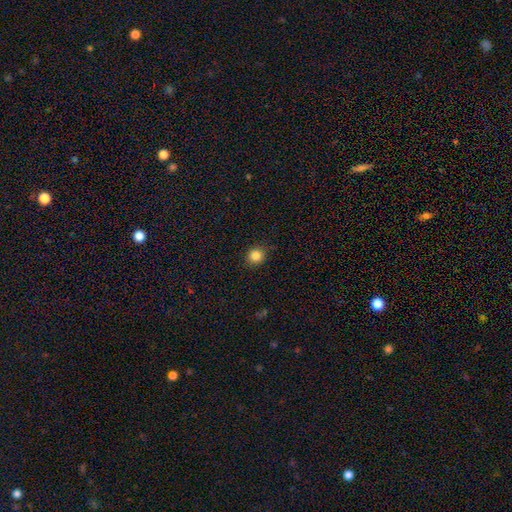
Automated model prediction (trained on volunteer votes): Smooth or featured: smooth — 85% (star or artifact — 11%)
How rounded: round — 86% (in between — 13%)
Merging: none — 89% (minor disturbance — 8%)